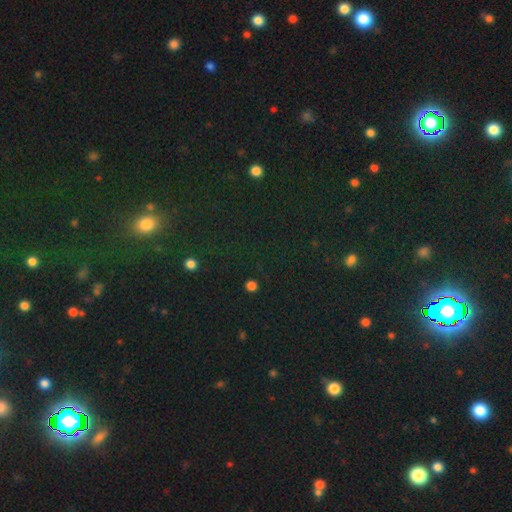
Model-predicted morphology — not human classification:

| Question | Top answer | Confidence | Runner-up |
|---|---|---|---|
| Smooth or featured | star or artifact | 71% | smooth (21%) |